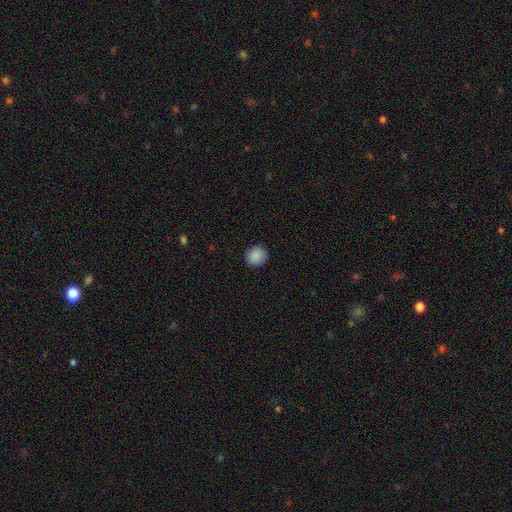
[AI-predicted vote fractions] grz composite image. It shows a smooth galaxy with no disk features (88%) that is round (90%). Merging: none (91%).